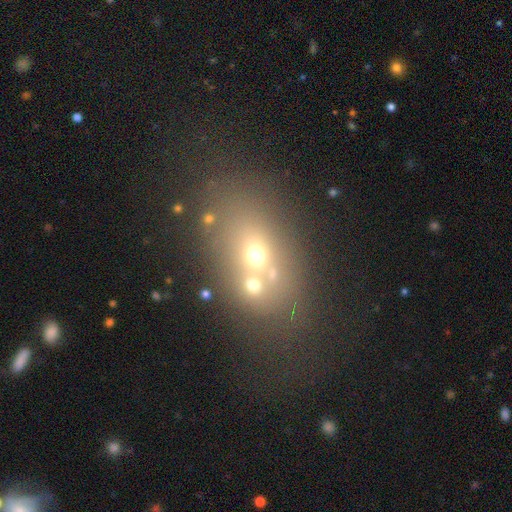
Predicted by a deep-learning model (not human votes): Q: Smooth or featured?
A: smooth (51%); runner-up: featured or disk (28%)
Q: How rounded?
A: in between (65%); runner-up: round (32%)
Q: Merging?
A: merger (42%); runner-up: none (40%)